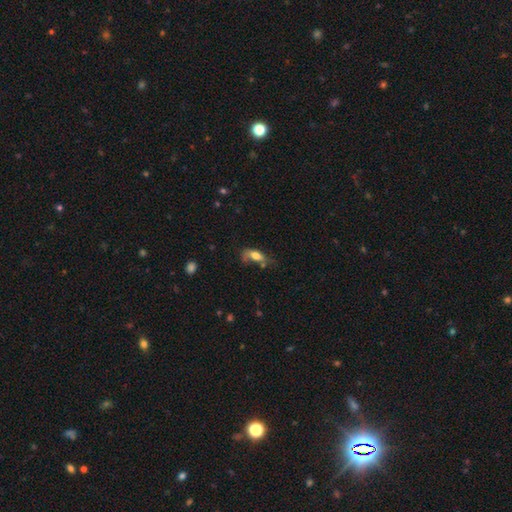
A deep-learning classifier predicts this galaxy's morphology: smooth 66%, featured or disk 25%, star or artifact 9%. Down the decision tree: how rounded — in between (80%); merging — major disturbance (31%).